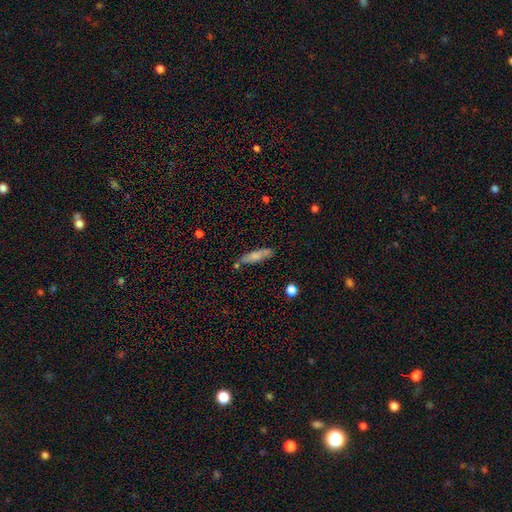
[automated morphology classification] The model was most divided on "smooth or featured": smooth: 71%, featured or disk: 22%, star or artifact: 7%. More confident: how rounded — cigar-shaped (76%); merging — none (72%).